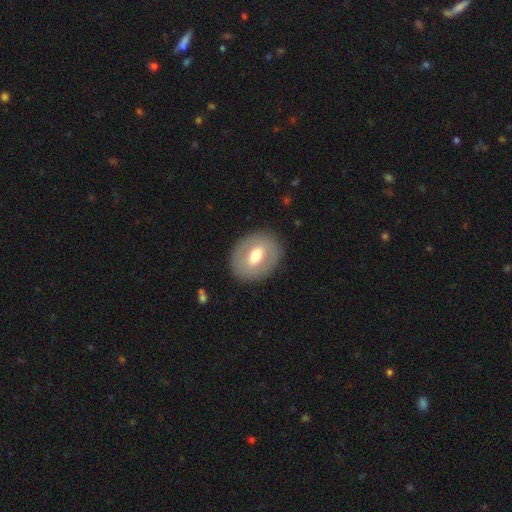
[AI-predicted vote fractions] A smooth galaxy with no disk features (53%) that is in between round and cigar-shaped (58%). Merging: none (86%).